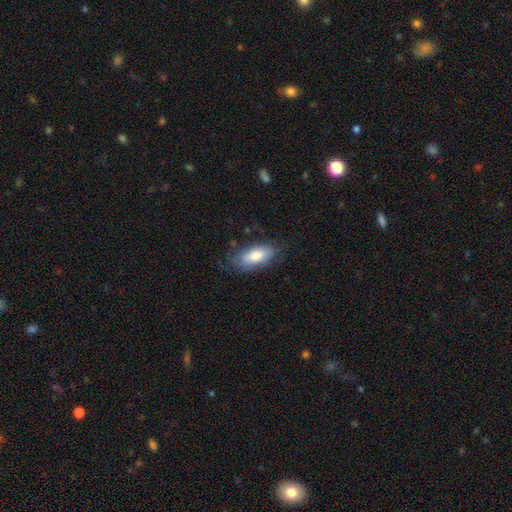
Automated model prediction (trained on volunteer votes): This is likely a smooth galaxy (70%). How rounded: clearly in between (86%). Merging: likely none (64%).